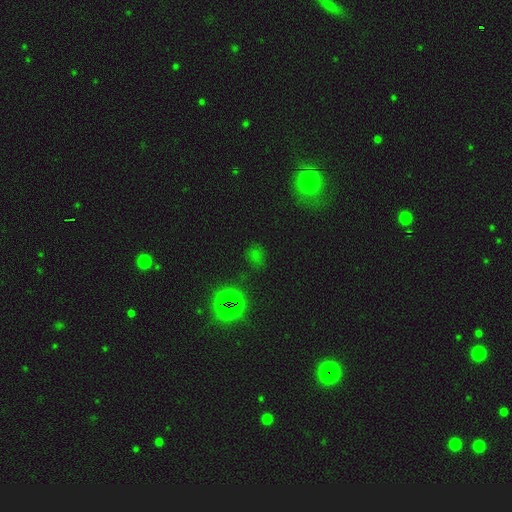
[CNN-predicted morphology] Smooth or featured? Predicted: smooth (p=0.49). Merging? Predicted: none (p=0.73).